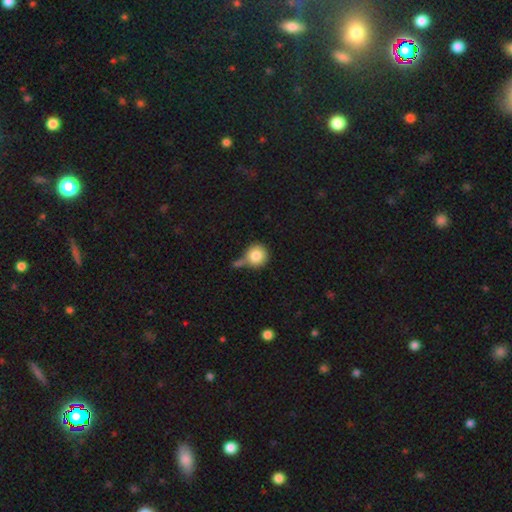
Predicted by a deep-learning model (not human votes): smooth 83%, star or artifact 9%, featured or disk 9%. Down the decision tree: how rounded — round (93%); merging — none (53%).